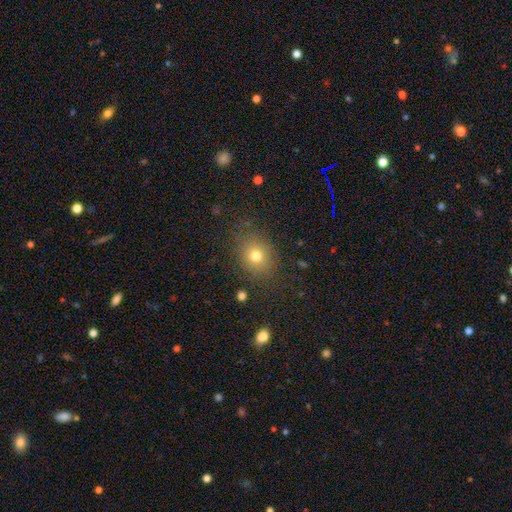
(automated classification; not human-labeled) Q: Smooth or featured?
A: smooth (74%); runner-up: star or artifact (16%)
Q: How rounded?
A: round (67%); runner-up: in between (32%)
Q: Merging?
A: none (82%); runner-up: minor disturbance (12%)